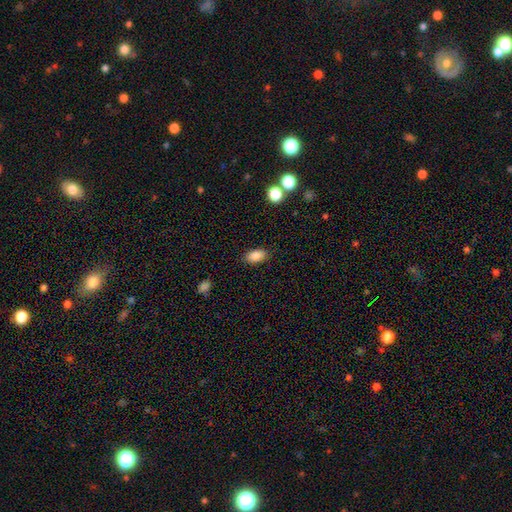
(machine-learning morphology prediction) This appears to be a smooth galaxy with no disk features (87%) that is in between round and cigar-shaped (91%). Merging: none (87%).